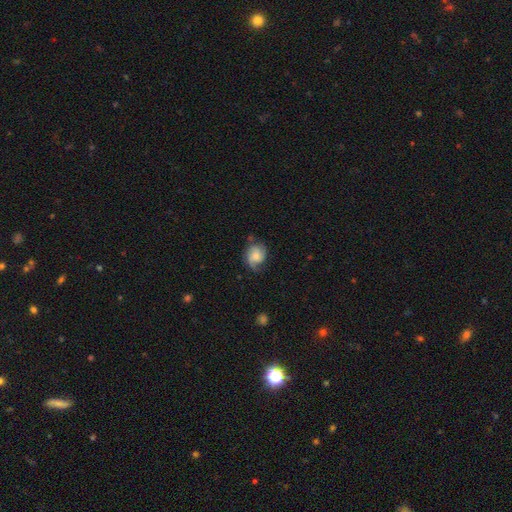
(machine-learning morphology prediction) Q: Smooth or featured?
A: featured or disk (58%); runner-up: smooth (35%)
Q: Edge-on disk?
A: no (97%); runner-up: yes (3%)
Q: Bar?
A: no (68%); runner-up: weak (27%)
Q: Spiral arms?
A: yes (91%); runner-up: no (9%)
Q: Spiral winding?
A: medium (43%); runner-up: tight (34%)
Q: Spiral arm count?
A: 2 (53%); runner-up: 1 (18%)
Q: Bulge size?
A: small (43%); runner-up: moderate (42%)
Q: Merging?
A: none (60%); runner-up: minor disturbance (26%)